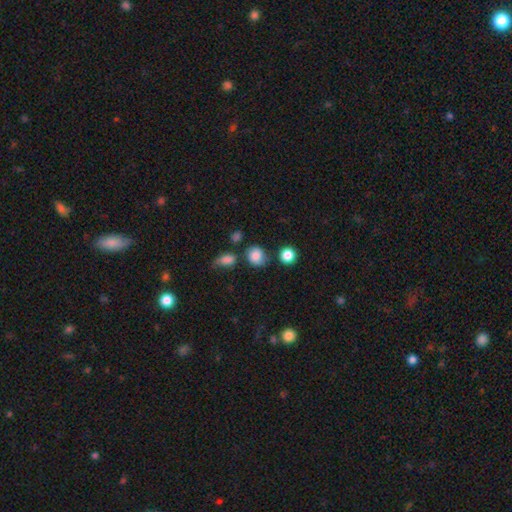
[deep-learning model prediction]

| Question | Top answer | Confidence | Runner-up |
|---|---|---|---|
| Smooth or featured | smooth | 79% | star or artifact (11%) |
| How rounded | round | 74% | in between (25%) |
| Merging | none | 61% | minor disturbance (22%) |